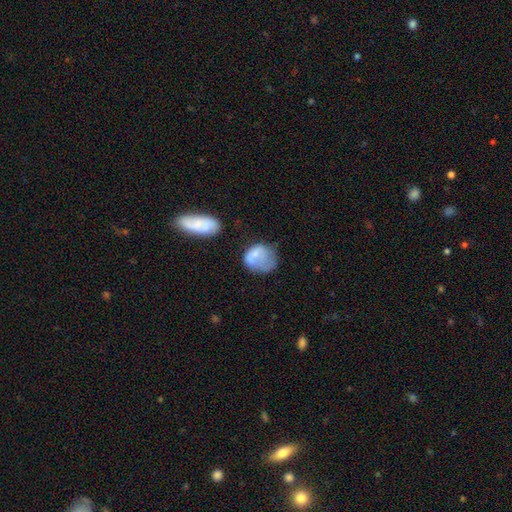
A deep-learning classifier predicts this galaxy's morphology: Q: Smooth or featured?
A: smooth (65%); runner-up: featured or disk (27%)
Q: How rounded?
A: round (58%); runner-up: in between (41%)
Q: Merging?
A: major disturbance (33%); runner-up: none (31%)